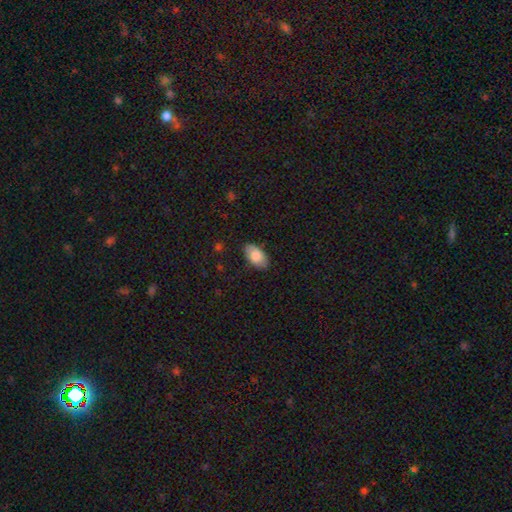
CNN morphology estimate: A smooth galaxy with no disk features (84%) that is in between round and cigar-shaped (94%). Merging: none (84%).